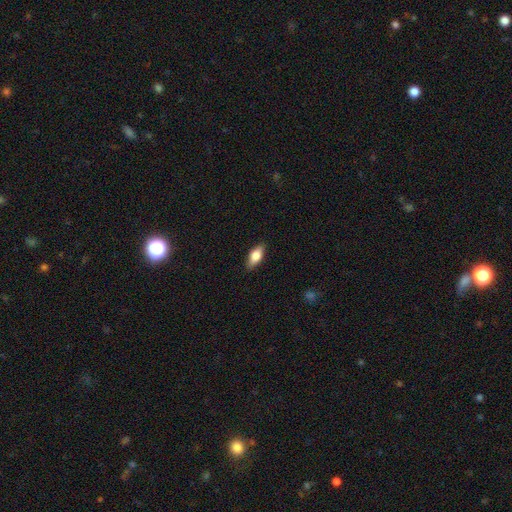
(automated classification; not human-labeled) smooth_or_featured: smooth (p=0.75) [alt: featured or disk p=0.18]
how_rounded: in between (p=0.83) [alt: cigar-shaped p=0.14]
merging: none (p=0.87) [alt: minor disturbance p=0.10]